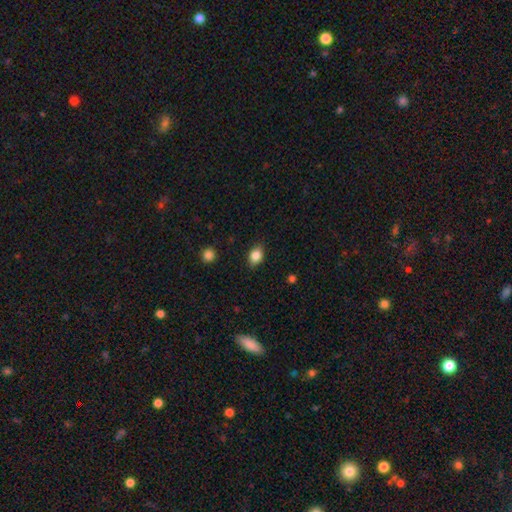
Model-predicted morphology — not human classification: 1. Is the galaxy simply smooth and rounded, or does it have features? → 83% smooth, 9% star or artifact, 8% featured or disk.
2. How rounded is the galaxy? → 73% in between, 24% round, 2% cigar-shaped.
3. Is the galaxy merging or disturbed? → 82% none, 14% minor disturbance, 3% major disturbance, 1% merger.